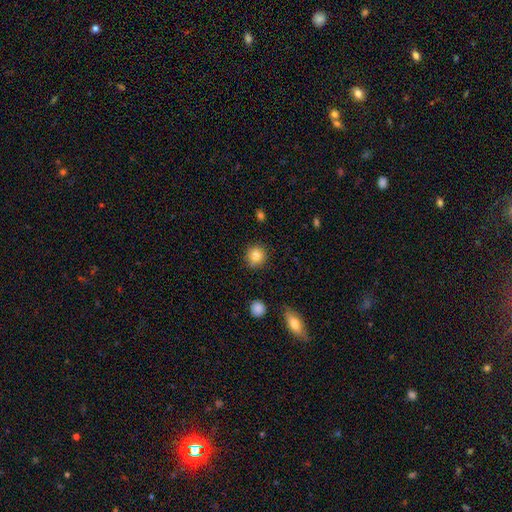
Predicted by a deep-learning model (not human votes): A smooth galaxy with no disk features (84%) that is round (91%). Merging: none (87%).